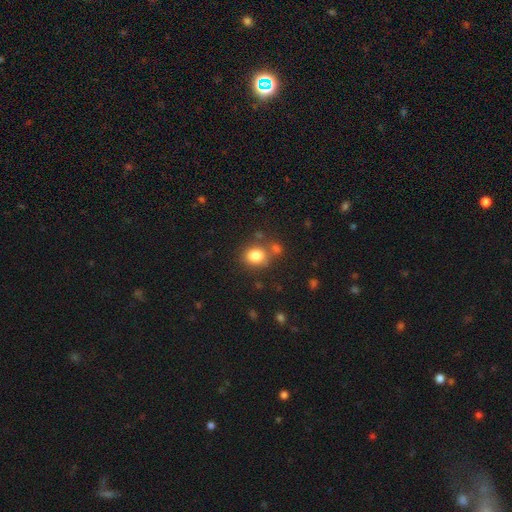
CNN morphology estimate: smooth-or-featured: smooth: 83% | star or artifact: 10% | featured or disk: 7%
  how-rounded: round: 62% | in between: 37% | cigar-shaped: 1%
  merging: none: 70% | merger: 13% | minor disturbance: 12% | major disturbance: 5%